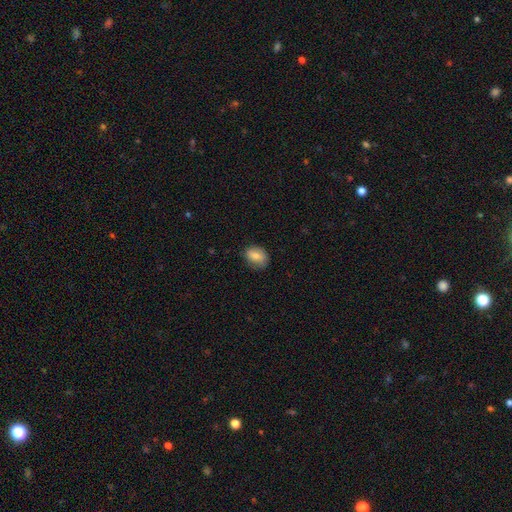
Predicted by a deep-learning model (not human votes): Overall: smooth (80%). How rounded: in between (68%; round 31%). Merging: none (75%).